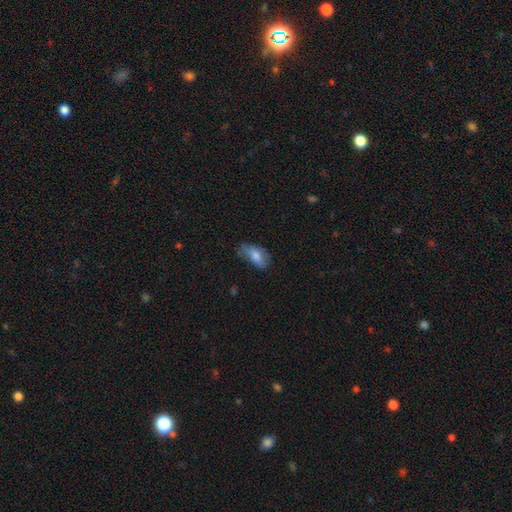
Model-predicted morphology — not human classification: smooth-or-featured: smooth: 72% | featured or disk: 20% | star or artifact: 7%
  how-rounded: in between: 90% | cigar-shaped: 5% | round: 4%
  merging: none: 51% | minor disturbance: 35% | major disturbance: 12% | merger: 2%